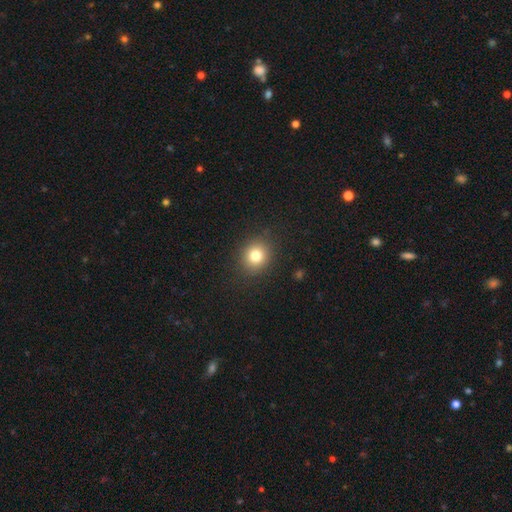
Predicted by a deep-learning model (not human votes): smooth 80%, star or artifact 12%, featured or disk 8%. Down the decision tree: how rounded — round (79%); merging — none (88%).